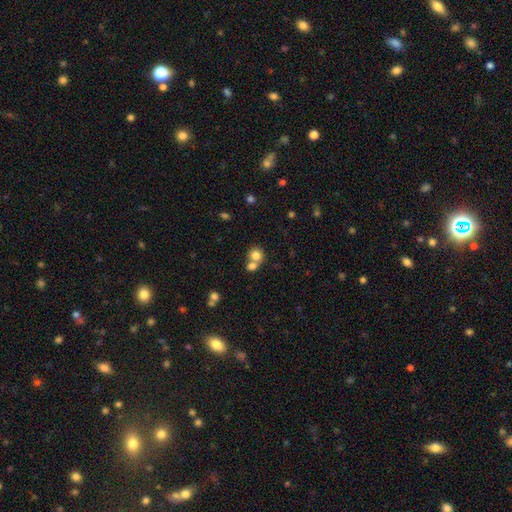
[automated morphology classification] This appears to be a smooth galaxy with no disk features (78%) that is round (81%). Merging: merger (50%).